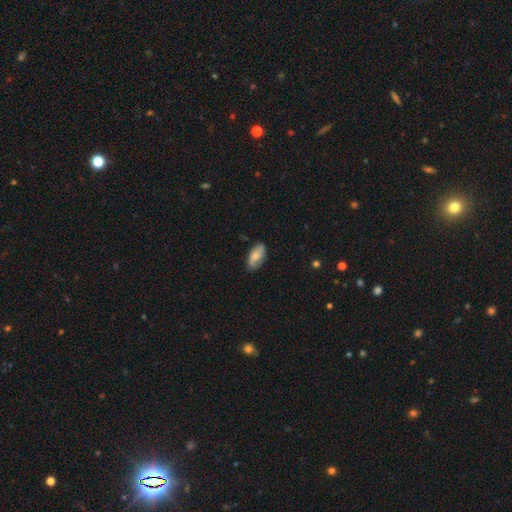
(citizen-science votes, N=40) Smooth or featured? smooth (62%)
How rounded? in between (92%)
Merging? none (64%)